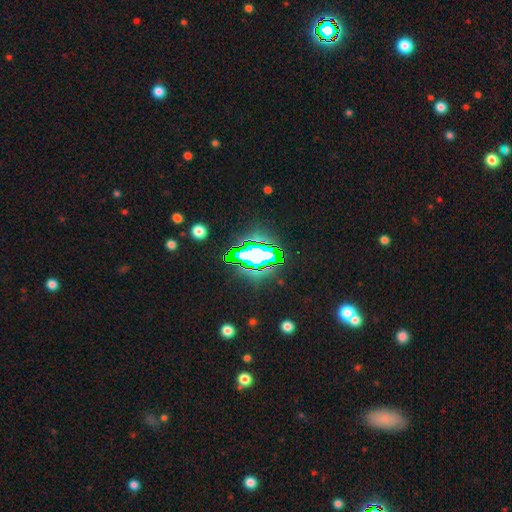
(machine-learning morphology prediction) smooth-or-featured: star or artifact: 69% | smooth: 18% | featured or disk: 13%